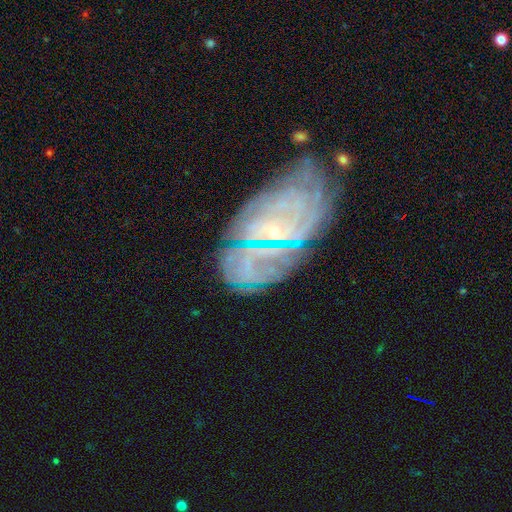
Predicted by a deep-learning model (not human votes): smooth-or-featured: featured or disk: 72% | star or artifact: 15% | smooth: 13%
  disk-edge-on: no: 94% | yes: 6%
    bar: weak: 46% | no: 33% | strong: 21%
    has-spiral-arms: yes: 88% | no: 12%
      spiral-winding: tight: 63% | medium: 26% | loose: 10%
      spiral-arm-count: can't tell: 45% | 4: 13% | more than 4: 13% | 2: 12% | 3: 11% | 1: 7%
    bulge-size: small: 70% | moderate: 19% | none: 8% | large: 2% | dominant: 1%
  merging: none: 71% | minor disturbance: 18% | major disturbance: 8% | merger: 3%